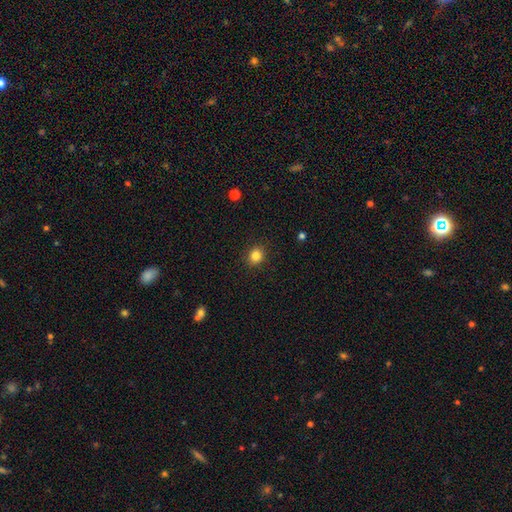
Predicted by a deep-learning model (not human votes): A smooth galaxy with no disk features (84%) that is round (76%).

Vote fractions:
- Smooth or featured? smooth: 84% / star or artifact: 11% / featured or disk: 5%
- How rounded? round: 76% / in between: 23% / cigar-shaped: 1%
- Merging? none: 90% / minor disturbance: 7% / major disturbance: 2% / merger: 1%